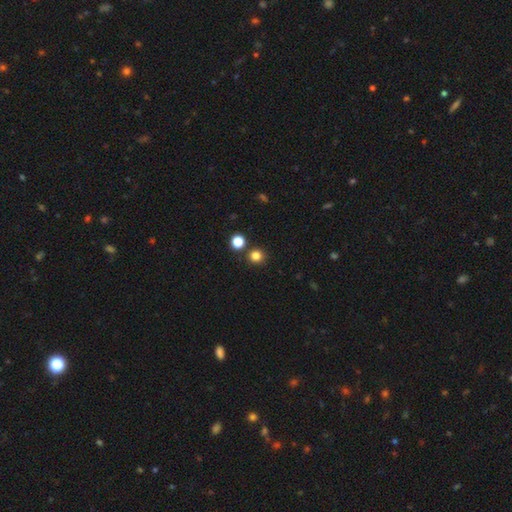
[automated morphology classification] Smooth or featured? smooth (81%)
How rounded? round (93%)
Merging? none (86%)